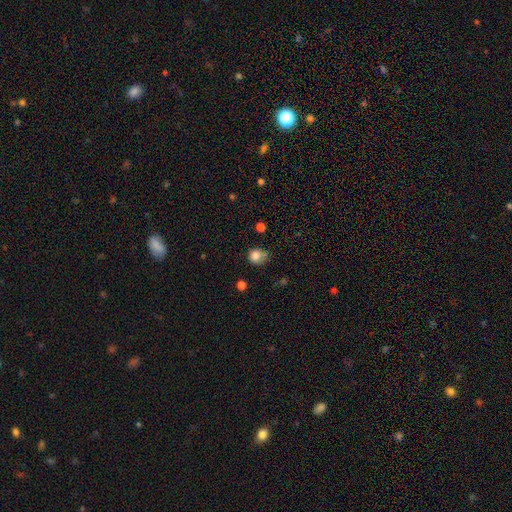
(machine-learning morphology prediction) A smooth galaxy with no disk features (81%) that is round (73%). Merging: none (51%).